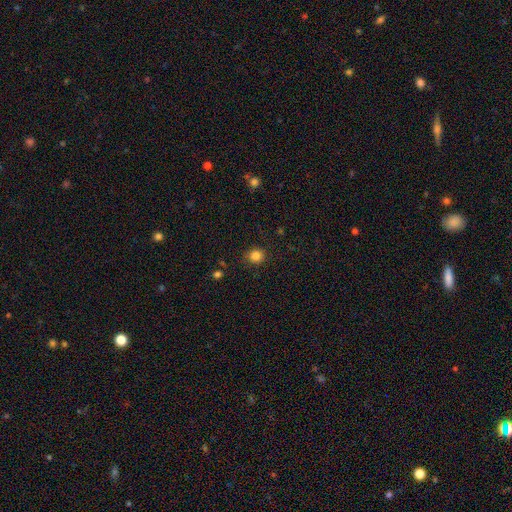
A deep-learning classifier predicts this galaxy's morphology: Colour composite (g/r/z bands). It shows a smooth galaxy with no disk features (84%) that is round (88%). Merging: none (88%).